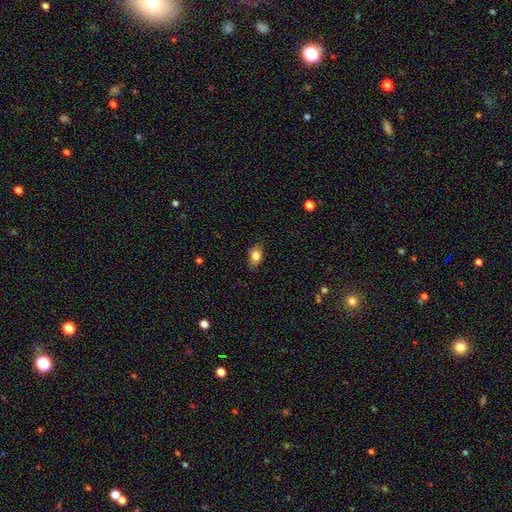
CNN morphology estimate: Q: Smooth or featured?
A: smooth (82%); runner-up: star or artifact (9%)
Q: How rounded?
A: in between (77%); runner-up: round (20%)
Q: Merging?
A: none (81%); runner-up: minor disturbance (15%)